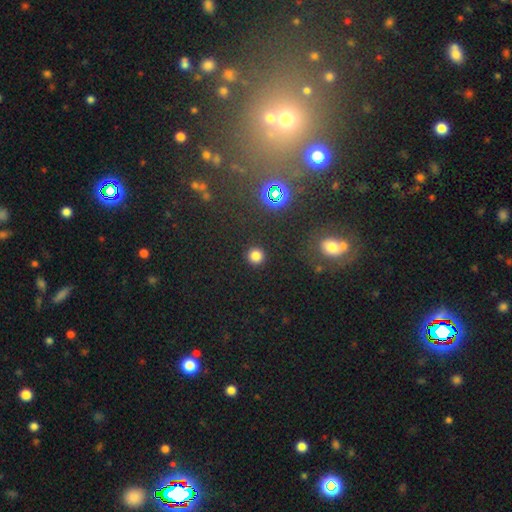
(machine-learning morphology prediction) Overall: smooth (79%). How rounded: round (94%). Merging: none (91%).